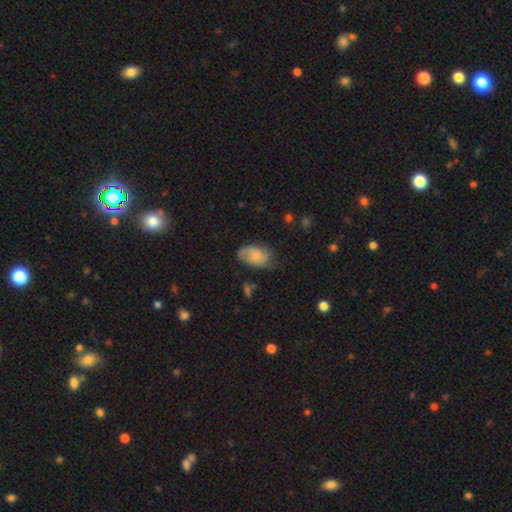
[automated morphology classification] smooth_or_featured: smooth (p=0.71) [alt: featured or disk p=0.22]
how_rounded: in between (p=0.90) [alt: round p=0.09]
merging: none (p=0.60) [alt: minor disturbance p=0.29]